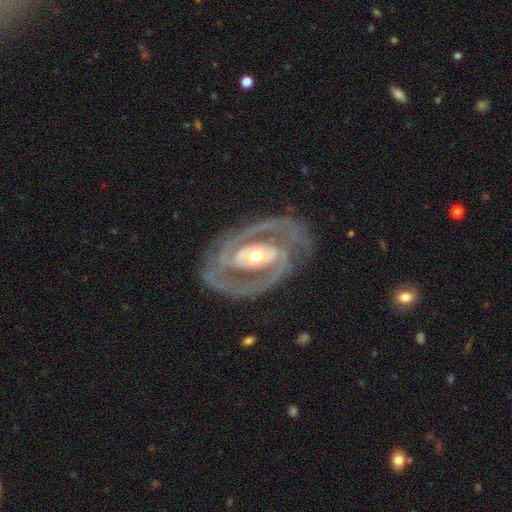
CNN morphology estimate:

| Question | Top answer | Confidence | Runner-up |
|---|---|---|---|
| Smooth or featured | featured or disk | 91% | smooth (5%) |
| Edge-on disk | no | 96% | yes (4%) |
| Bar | strong | 53% | weak (29%) |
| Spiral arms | yes | 95% | no (5%) |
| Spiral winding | tight | 53% | medium (40%) |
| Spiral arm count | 2 | 88% | can't tell (4%) |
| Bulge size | moderate | 54% | small (40%) |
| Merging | none | 81% | minor disturbance (13%) |